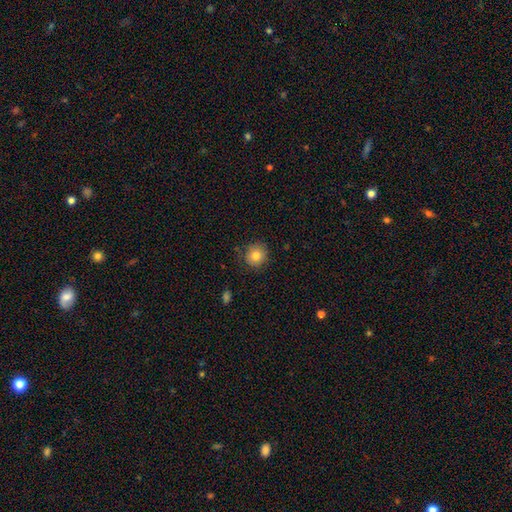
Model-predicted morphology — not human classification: This appears to be a smooth galaxy with no disk features (82%) that is round (89%). Merging: none (82%).